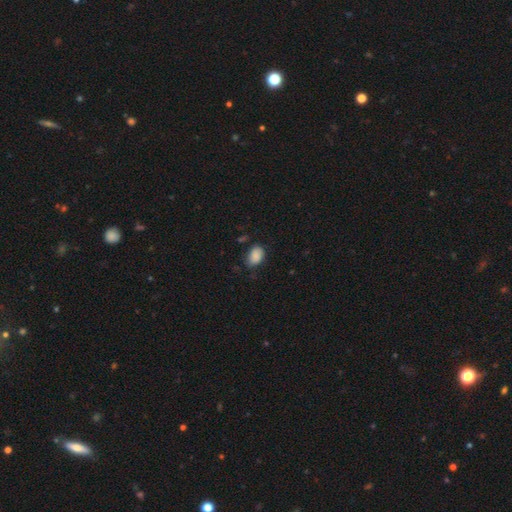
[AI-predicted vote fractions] smooth-or-featured: smooth: 87% | star or artifact: 8% | featured or disk: 4%
  how-rounded: in between: 82% | round: 17% | cigar-shaped: 1%
  merging: none: 68% | minor disturbance: 25% | major disturbance: 5% | merger: 2%